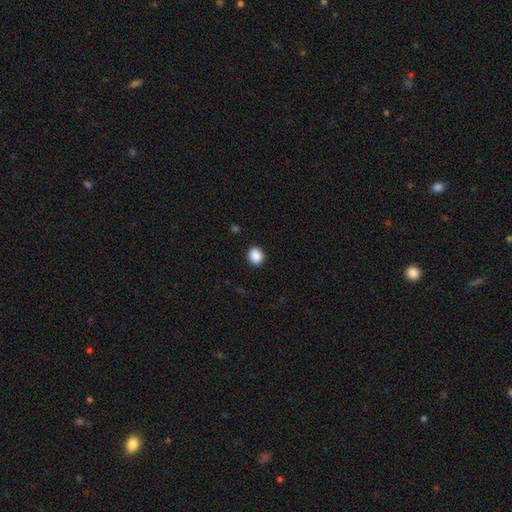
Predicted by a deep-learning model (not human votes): A smooth galaxy with no disk features (89%) that is round (74%).

Vote fractions:
- Smooth or featured? smooth: 89% / star or artifact: 9% / featured or disk: 3%
- How rounded? round: 74% / in between: 25% / cigar-shaped: 1%
- Merging? none: 90% / minor disturbance: 7% / major disturbance: 2% / merger: 1%